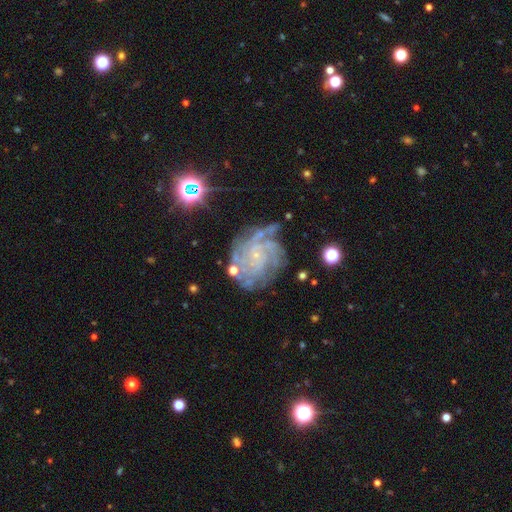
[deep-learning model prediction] Morphology: type=featured or disk (83%); edge-on=no (98%); bar=no (74%); spiral arms=yes (96%); winding=tight (65%); arm count=4 (27%); bulge=small (84%); merging=none (64%).